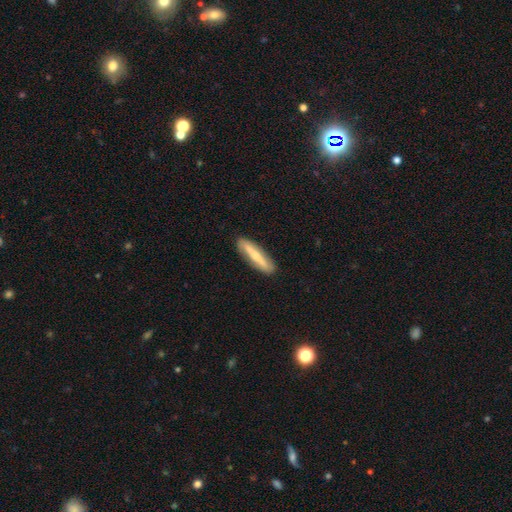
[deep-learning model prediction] smooth_or_featured: smooth (p=0.48) [alt: featured or disk p=0.47]
merging: none (p=0.88) [alt: minor disturbance p=0.09]